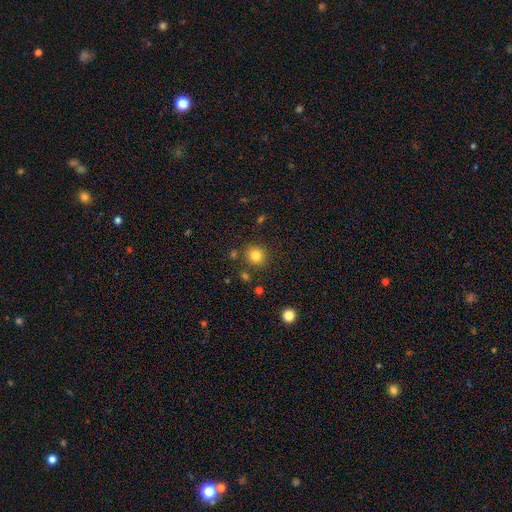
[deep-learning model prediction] The model was most divided on "smooth or featured": smooth: 81%, star or artifact: 13%, featured or disk: 6%. More confident: how rounded — round (87%); merging — none (84%).